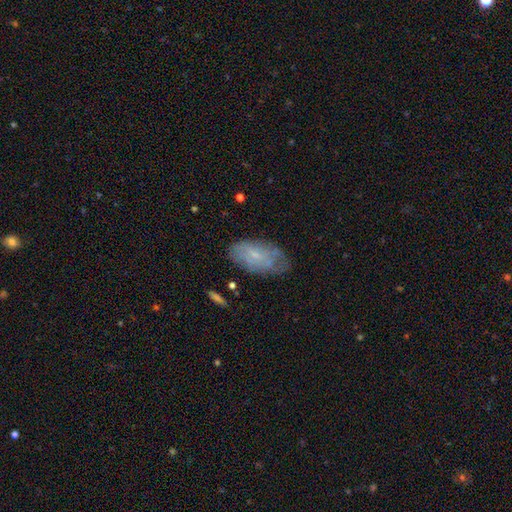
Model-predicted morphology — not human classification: This appears to be a smooth galaxy with no disk features (47%). Merging: none (61%).